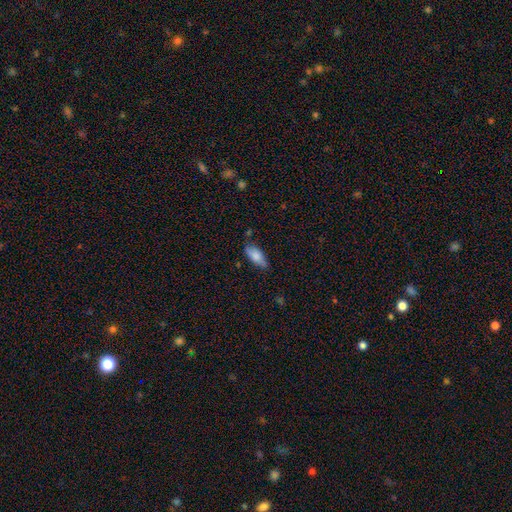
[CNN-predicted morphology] type=smooth (78%); roundness=in between (78%); merging=none (74%).